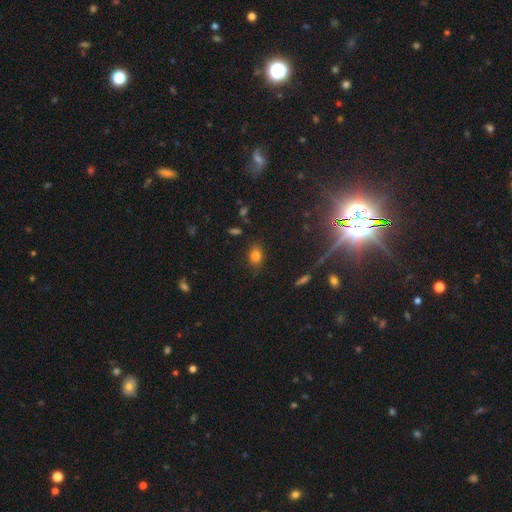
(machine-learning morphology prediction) A smooth galaxy with no disk features (80%) that is in between round and cigar-shaped (74%).

Vote fractions:
- Smooth or featured? smooth: 80% / star or artifact: 13% / featured or disk: 8%
- How rounded? in between: 74% / round: 24% / cigar-shaped: 2%
- Merging? none: 81% / minor disturbance: 14% / major disturbance: 3% / merger: 2%